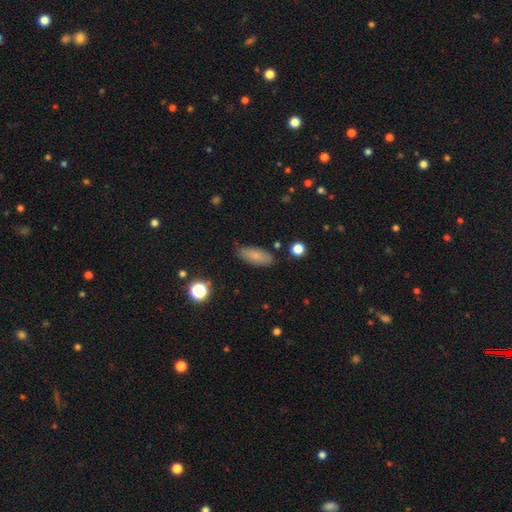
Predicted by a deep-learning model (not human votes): Overall: smooth (81%). How rounded: in between (76%). Merging: none (83%).